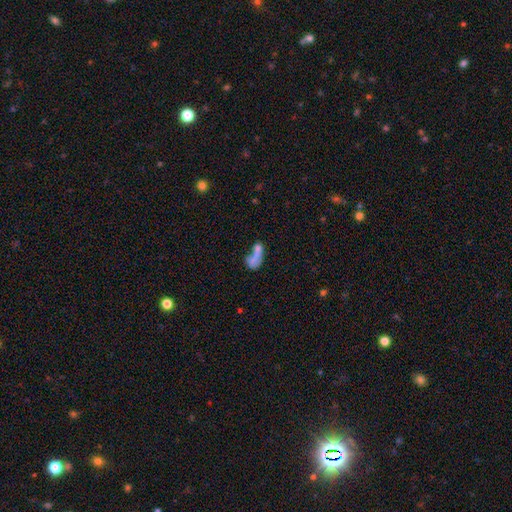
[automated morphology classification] Smooth or featured: smooth — 59% (featured or disk — 29%)
How rounded: in between — 70% (round — 15%)
Merging: merger — 56% (none — 19%)